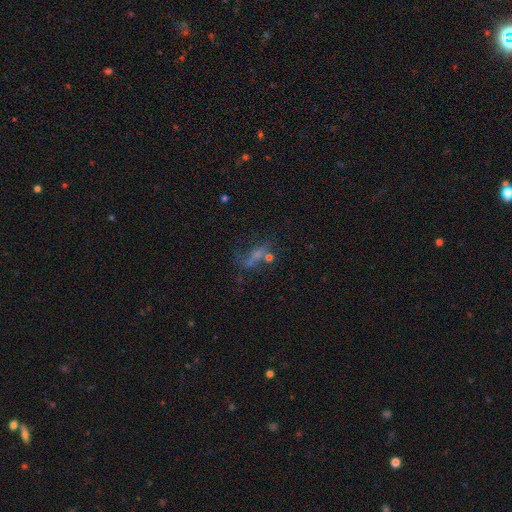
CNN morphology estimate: smooth-or-featured: smooth: 38% | featured or disk: 35% | star or artifact: 27%
  merging: none: 37% | major disturbance: 24% | merger: 23% | minor disturbance: 16%